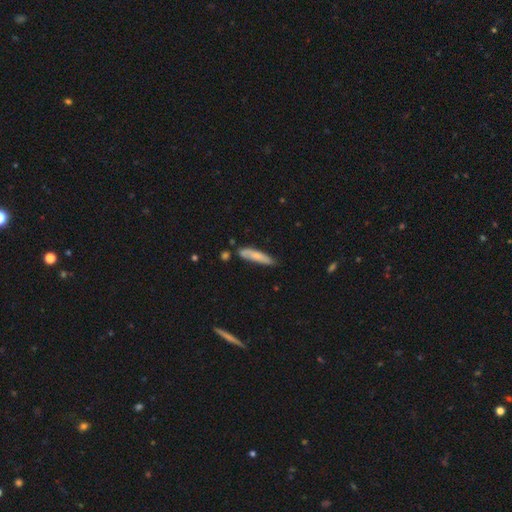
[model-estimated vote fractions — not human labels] This is likely a smooth galaxy (73%). How rounded: clearly cigar-shaped (81%). Merging: likely none (65%).